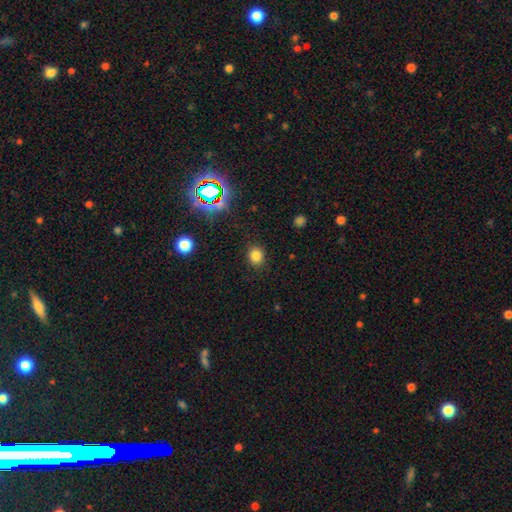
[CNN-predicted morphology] Smooth or featured? Predicted: smooth (p=0.80). How rounded? Predicted: round (p=0.70). Merging? Predicted: none (p=0.87).